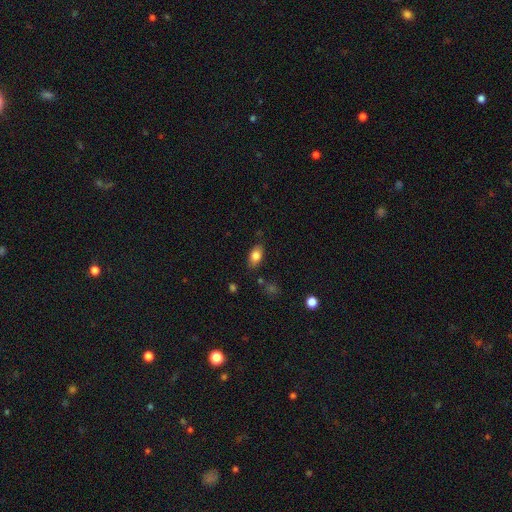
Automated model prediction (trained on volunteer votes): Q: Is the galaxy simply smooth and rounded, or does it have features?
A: smooth — 81%.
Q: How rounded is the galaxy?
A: in between — 89%.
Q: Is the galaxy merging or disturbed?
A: none — 81%.